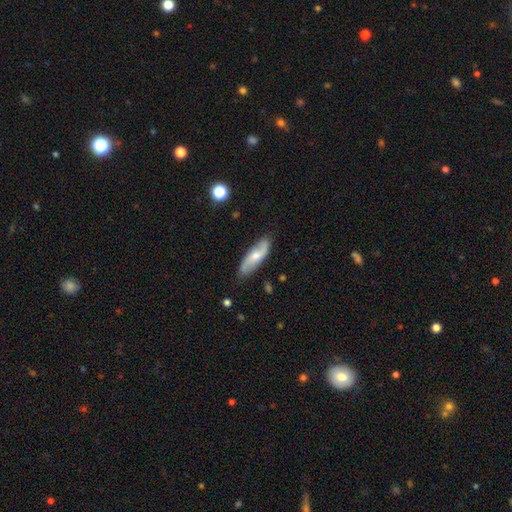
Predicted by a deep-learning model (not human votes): Smooth or featured?
  - featured or disk: 53% *
  - smooth: 41%
  - star or artifact: 6%
Edge-on disk?
  - no: 80% *
  - yes: 20%
Merging?
  - none: 82% *
  - minor disturbance: 14%
  - major disturbance: 3%
  - merger: 1%